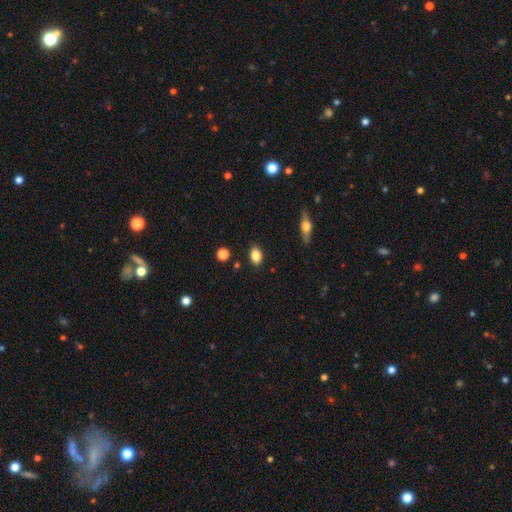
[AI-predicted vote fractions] This is clearly a smooth galaxy (85%). How rounded: likely in between (73%). Merging: clearly none (87%).